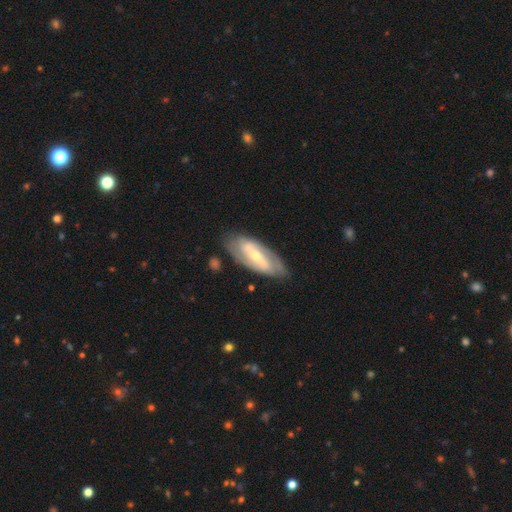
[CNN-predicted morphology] A featured or disk galaxy (76%) with a strong bar (58%), 2 (81%) medium (40%) spiral arms (81%) and a small central bulge (60%).

Vote fractions:
- Smooth or featured? featured or disk: 76% / smooth: 19% / star or artifact: 5%
- Edge-on disk? no: 90% / yes: 10%
- Bar? strong: 58% / weak: 28% / no: 15%
- Spiral arms? yes: 81% / no: 19%
- Spiral winding? medium: 40% / tight: 35% / loose: 25%
- Spiral arm count? 2: 81% / can't tell: 13% / 1: 2% / 3: 2% / 4: 1% / more than 4: 1%
- Bulge size? small: 60% / moderate: 37% / large: 2% / none: 1% / dominant: 1%
- Merging? none: 79% / minor disturbance: 15% / major disturbance: 4% / merger: 2%